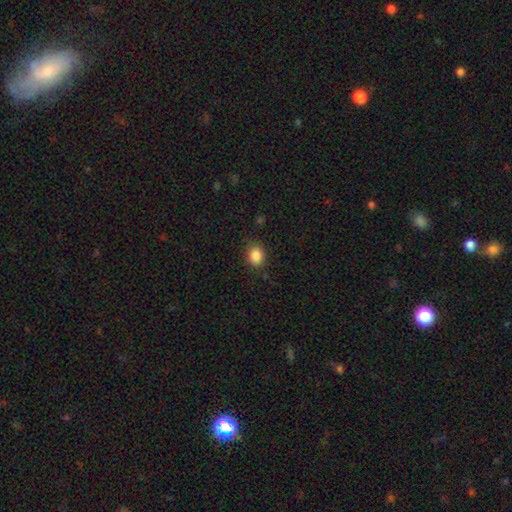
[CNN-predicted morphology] This is clearly a smooth galaxy (87%). How rounded: possibly round (59%). Merging: clearly none (83%).